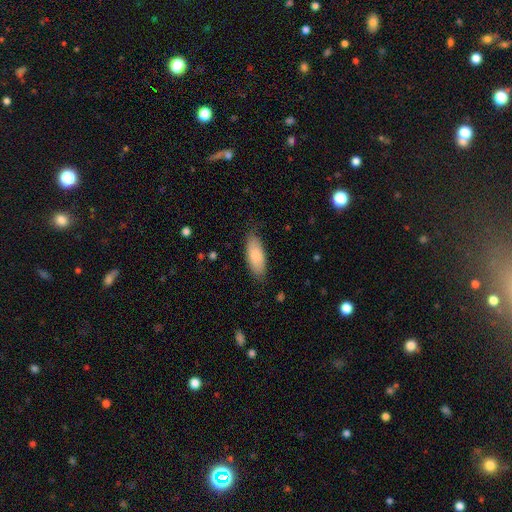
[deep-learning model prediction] This is clearly a smooth galaxy (83%). How rounded: likely in between (79%). Merging: clearly none (81%).